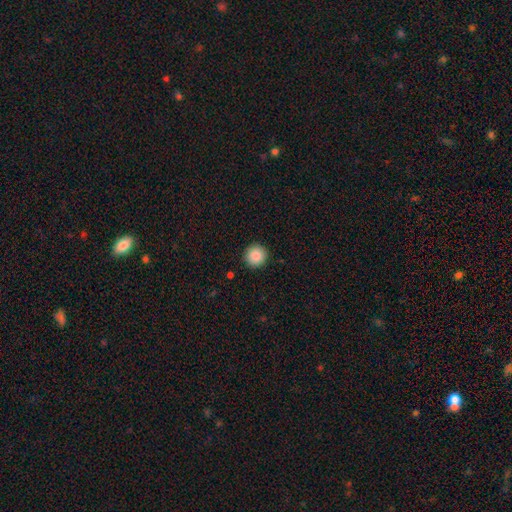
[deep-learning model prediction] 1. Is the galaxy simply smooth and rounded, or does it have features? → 88% smooth, 8% star or artifact, 4% featured or disk.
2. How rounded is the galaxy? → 95% round, 4% in between, 1% cigar-shaped.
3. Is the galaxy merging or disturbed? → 92% none, 5% minor disturbance, 2% major disturbance, 1% merger.